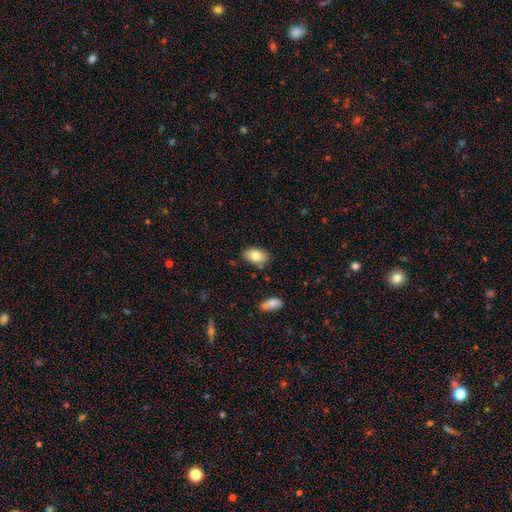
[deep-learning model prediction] A smooth galaxy with no disk features (81%) that is in between round and cigar-shaped (91%). Merging: none (82%).